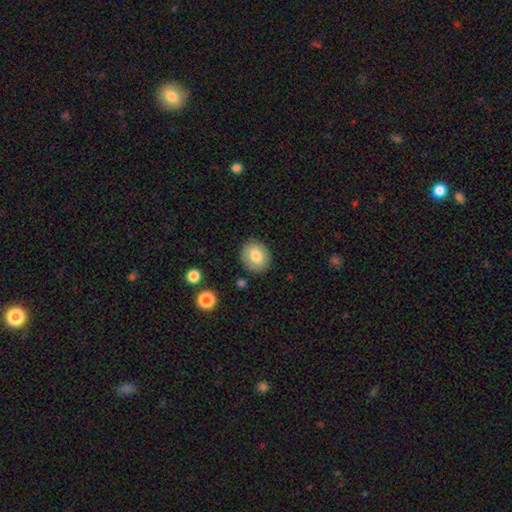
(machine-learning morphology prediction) Smooth or featured? smooth (78%)
How rounded? round (77%)
Merging? none (87%)